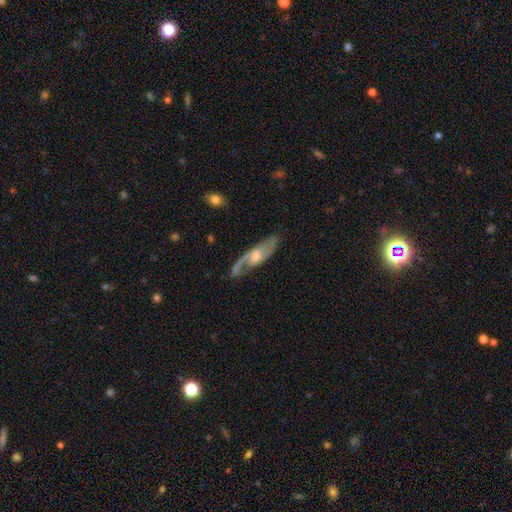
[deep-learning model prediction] Smooth or featured? featured or disk (80%)
Edge-on disk? no (86%)
Bar? no (52%)
Spiral arms? yes (92%)
Spiral winding? medium (46%)
Spiral arm count? 2 (77%)
Bulge size? moderate (52%)
Merging? none (67%)